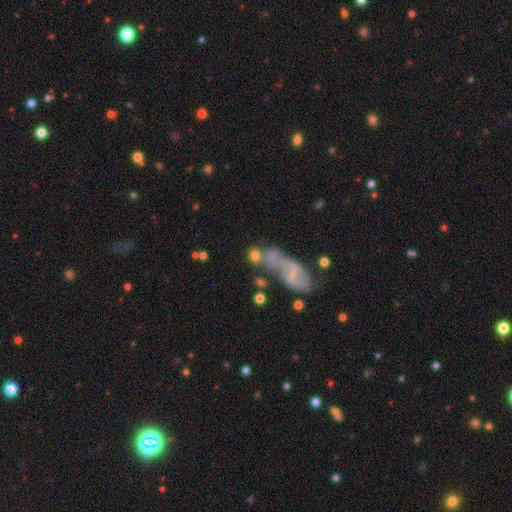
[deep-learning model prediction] Smooth or featured? smooth (62%)
How rounded? round (72%)
Merging? none (46%)